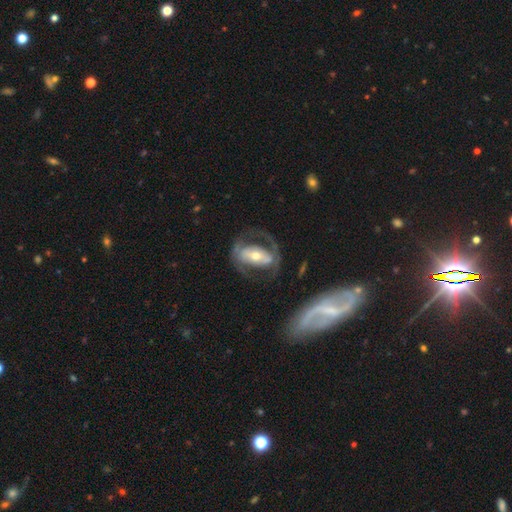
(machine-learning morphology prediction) Smooth or featured?
  - featured or disk: 74% *
  - smooth: 21%
  - star or artifact: 5%
Edge-on disk?
  - no: 92% *
  - yes: 8%
Bar?
  - strong: 46% *
  - no: 31%
  - weak: 23%
Spiral arms?
  - yes: 62% *
  - no: 38%
Bulge size?
  - moderate: 57% *
  - small: 33%
  - large: 7%
  - dominant: 1%
  - none: 1%
Merging?
  - none: 58% *
  - major disturbance: 22%
  - minor disturbance: 16%
  - merger: 3%